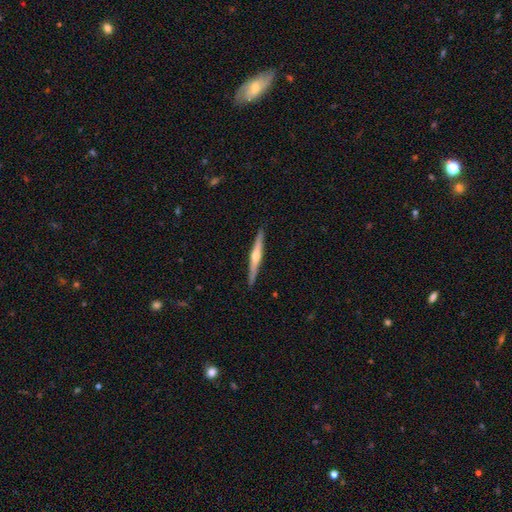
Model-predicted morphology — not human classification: featured or disk 69%, smooth 25%, star or artifact 5%. Down the decision tree: edge-on disk — yes (98%); edge-on bulge — rounded (87%); merging — none (91%).